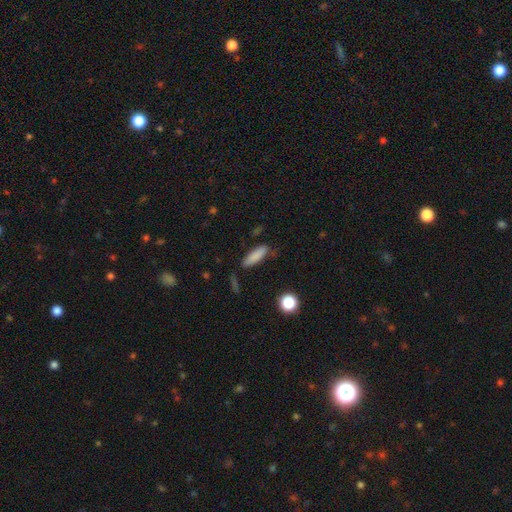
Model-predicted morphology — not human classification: Smooth or featured? Predicted: smooth (p=0.84). How rounded? Predicted: cigar-shaped (p=0.56). Merging? Predicted: none (p=0.77).